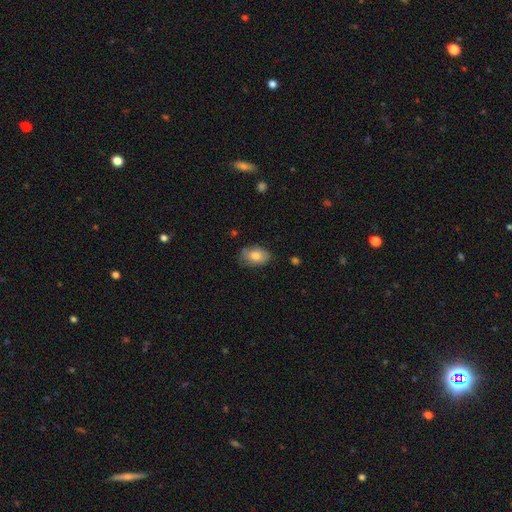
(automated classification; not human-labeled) smooth 78%, featured or disk 15%, star or artifact 7%. Down the decision tree: how rounded — in between (88%); merging — none (72%).